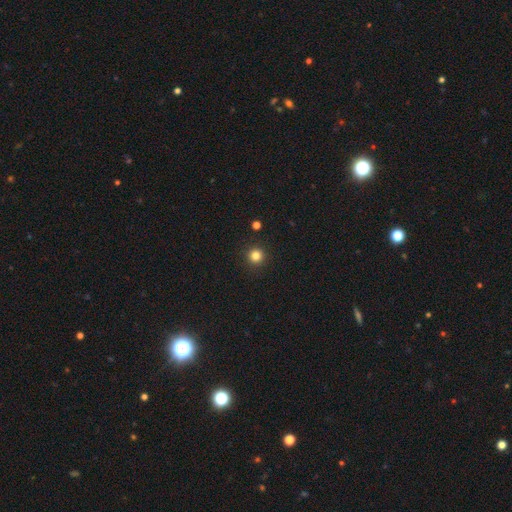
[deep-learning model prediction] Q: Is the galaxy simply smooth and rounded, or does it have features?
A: smooth — 83%.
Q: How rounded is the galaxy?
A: round — 96%.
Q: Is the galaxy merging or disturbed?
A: none — 92%.